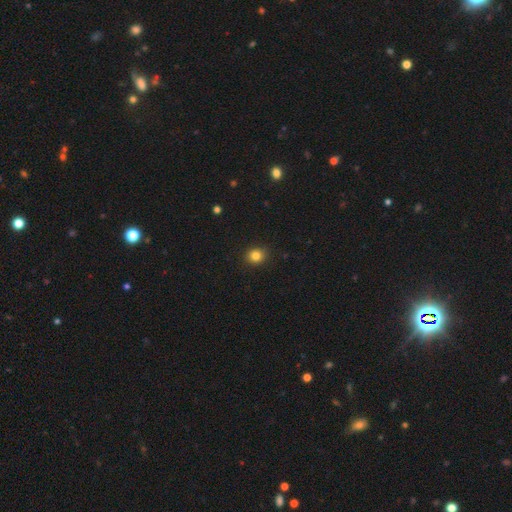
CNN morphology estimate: The model was most divided on "how rounded": round: 75%, in between: 24%, cigar-shaped: 1%. More confident: merging — none (90%); smooth or featured — smooth (83%).